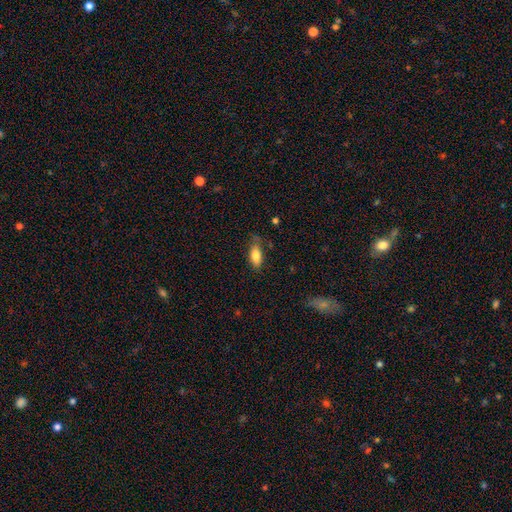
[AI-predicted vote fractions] Smooth or featured? Predicted: smooth (p=0.81). How rounded? Predicted: in between (p=0.83). Merging? Predicted: none (p=0.66).